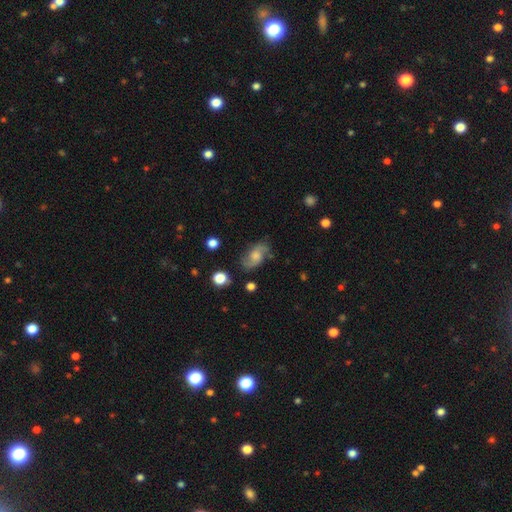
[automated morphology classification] A featured or disk galaxy (66%) with no bar (64%), 2 (88%) loose (46%) spiral arms (92%) and a moderate central bulge (43%).

Vote fractions:
- Smooth or featured? featured or disk: 66% / smooth: 25% / star or artifact: 9%
- Edge-on disk? no: 95% / yes: 5%
- Bar? no: 64% / weak: 32% / strong: 5%
- Spiral arms? yes: 92% / no: 8%
- Spiral winding? loose: 46% / medium: 41% / tight: 13%
- Spiral arm count? 2: 88% / can't tell: 6% / 1: 2% / 3: 2% / 4: 1% / more than 4: 1%
- Bulge size? moderate: 43% / small: 27% / large: 15% / none: 12% / dominant: 2%
- Merging? none: 73% / minor disturbance: 18% / major disturbance: 6% / merger: 2%